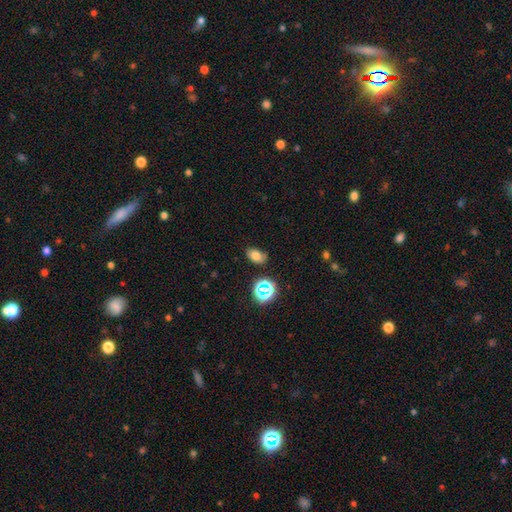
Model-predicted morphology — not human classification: type=smooth (71%); roundness=in between (85%); merging=none (75%).